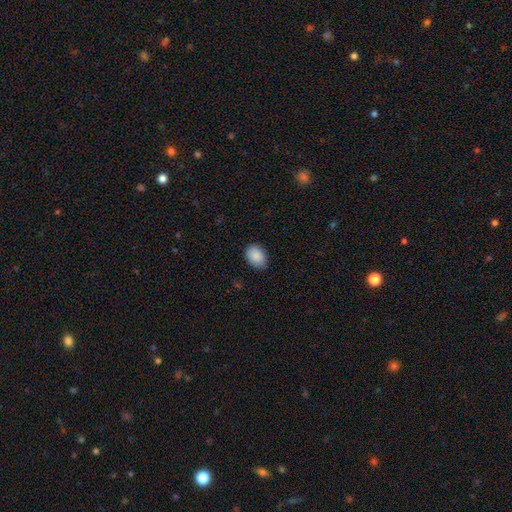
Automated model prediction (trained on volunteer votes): smooth 89%, star or artifact 7%, featured or disk 5%. Down the decision tree: how rounded — in between (76%); merging — none (78%).